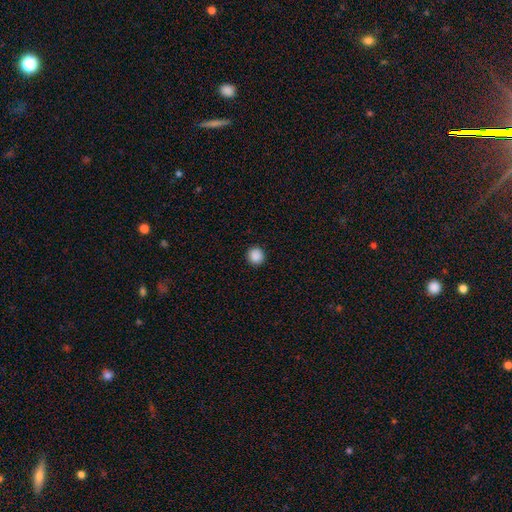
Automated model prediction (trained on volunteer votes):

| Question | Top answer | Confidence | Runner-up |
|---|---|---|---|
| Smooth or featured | smooth | 89% | star or artifact (9%) |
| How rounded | round | 92% | in between (7%) |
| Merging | none | 93% | minor disturbance (5%) |